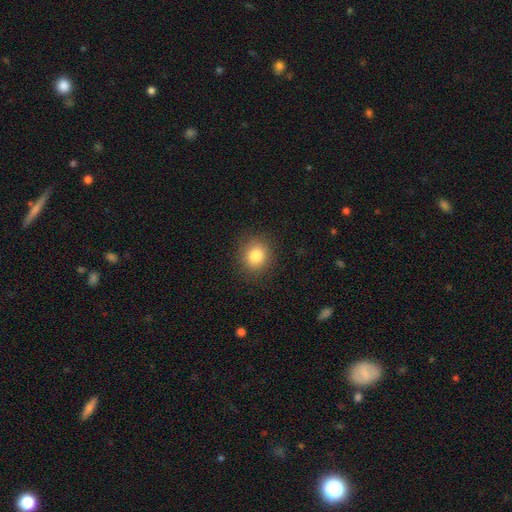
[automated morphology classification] type=smooth (82%); roundness=round (82%); merging=none (88%).